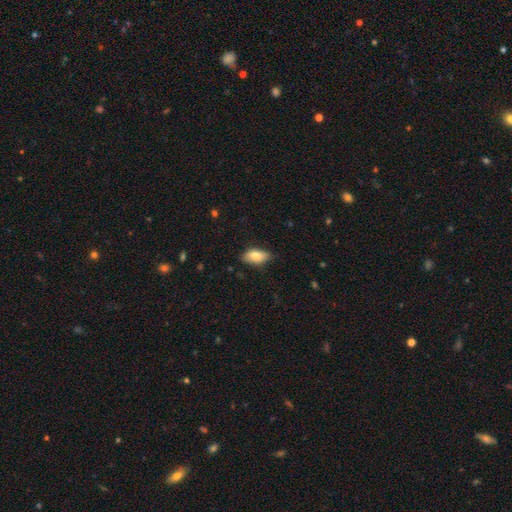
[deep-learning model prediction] The model was most divided on "merging": none: 78%, minor disturbance: 18%, major disturbance: 3%, merger: 1%. More confident: how rounded — in between (90%); smooth or featured — smooth (81%).